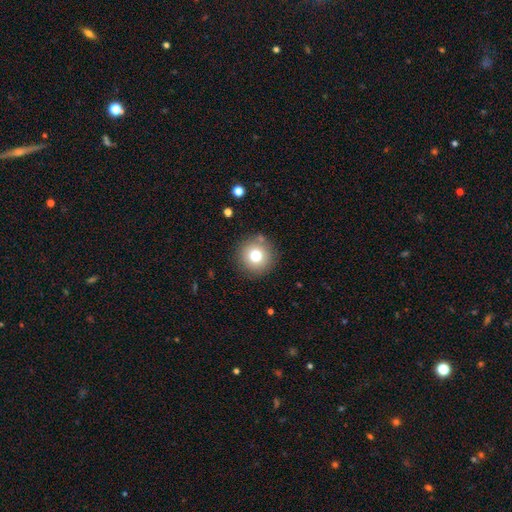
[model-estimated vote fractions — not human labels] Q: Smooth or featured?
A: smooth (77%); runner-up: featured or disk (12%)
Q: How rounded?
A: round (95%); runner-up: in between (4%)
Q: Merging?
A: none (86%); runner-up: minor disturbance (8%)